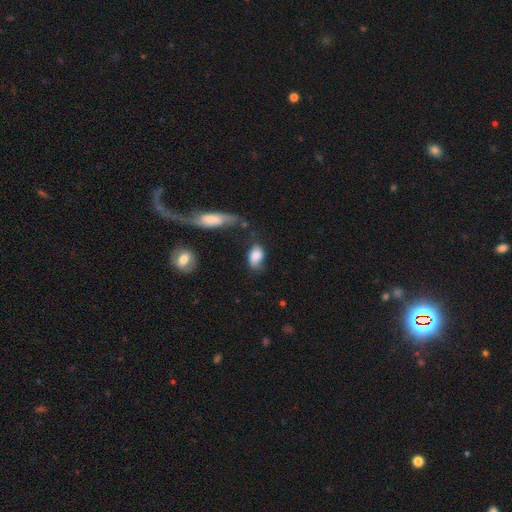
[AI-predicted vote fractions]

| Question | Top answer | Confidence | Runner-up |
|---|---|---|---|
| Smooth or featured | smooth | 79% | featured or disk (13%) |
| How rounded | in between | 87% | round (10%) |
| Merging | none | 44% | minor disturbance (32%) |